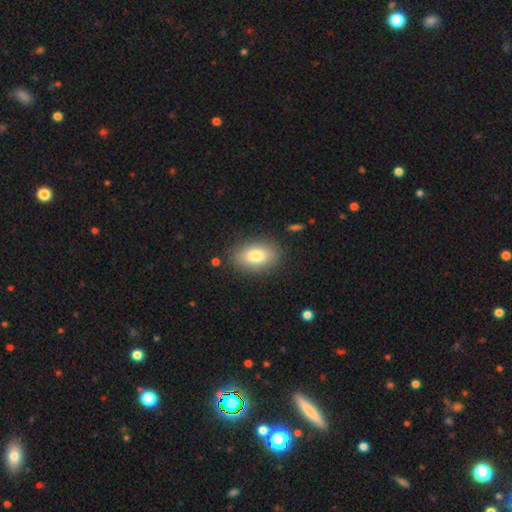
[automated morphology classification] Overall: smooth (81%). How rounded: in between (88%). Merging: none (85%).